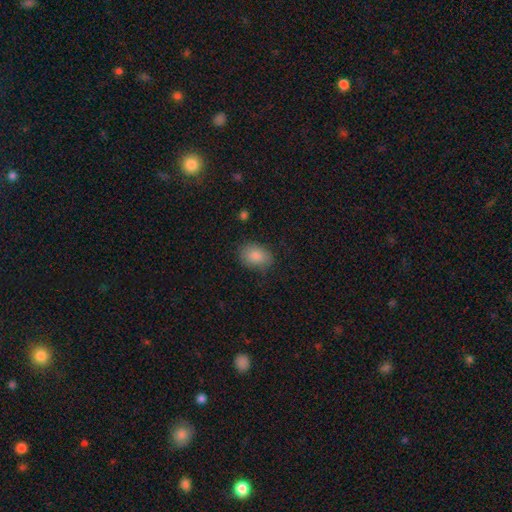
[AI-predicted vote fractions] The model was most divided on "how rounded": in between: 74%, round: 25%, cigar-shaped: 1%. More confident: smooth or featured — smooth (86%); merging — none (74%).